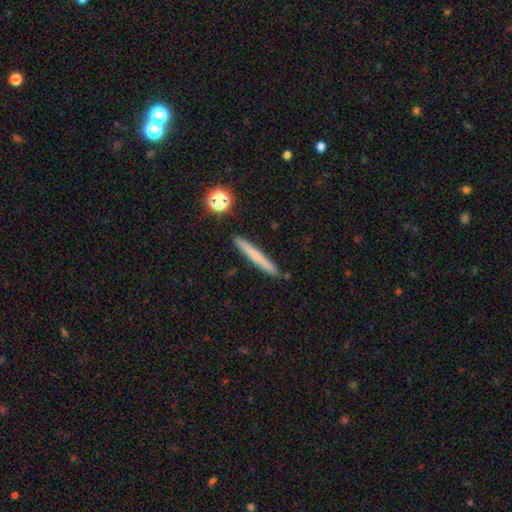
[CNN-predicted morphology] A smooth galaxy with no disk features (67%) that is cigar-shaped (97%). Merging: none (91%).